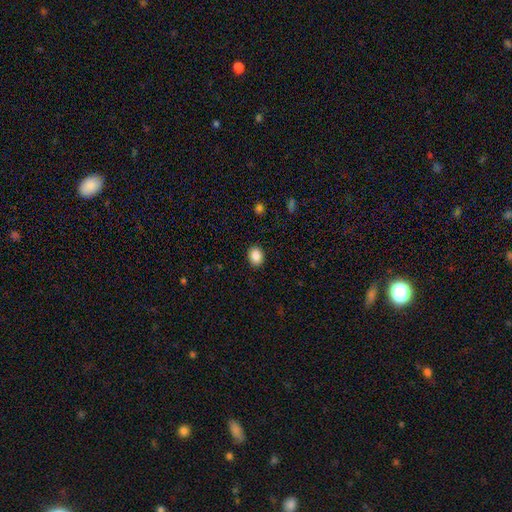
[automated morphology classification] Smooth or featured? Predicted: smooth (p=0.87). How rounded? Predicted: in between (p=0.54). Merging? Predicted: none (p=0.90).